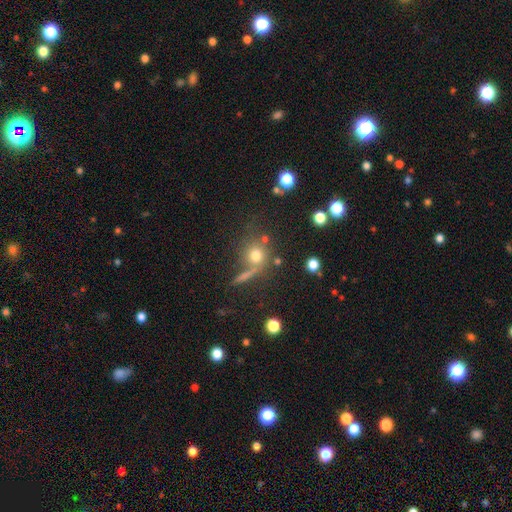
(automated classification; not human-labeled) Smooth or featured? smooth (69%)
How rounded? round (87%)
Merging? none (66%)